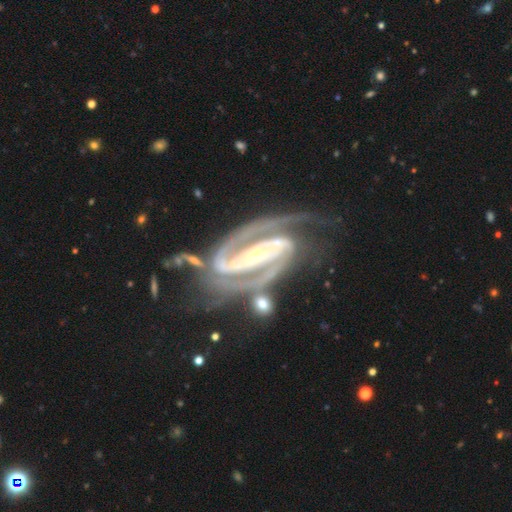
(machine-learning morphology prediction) Smooth or featured? Predicted: featured or disk (p=0.94). Edge-on disk? Predicted: no (p=0.97). Bar? Predicted: strong (p=0.68). Spiral arms? Predicted: yes (p=0.99). Spiral winding? Predicted: tight (p=0.50). Spiral arm count? Predicted: 2 (p=0.89). Bulge size? Predicted: small (p=0.75). Merging? Predicted: none (p=0.59).